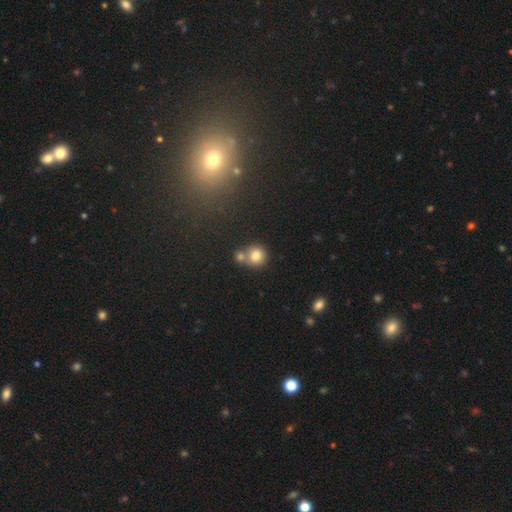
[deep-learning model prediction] smooth 78%, star or artifact 11%, featured or disk 10%. Down the decision tree: how rounded — round (89%); merging — none (50%).